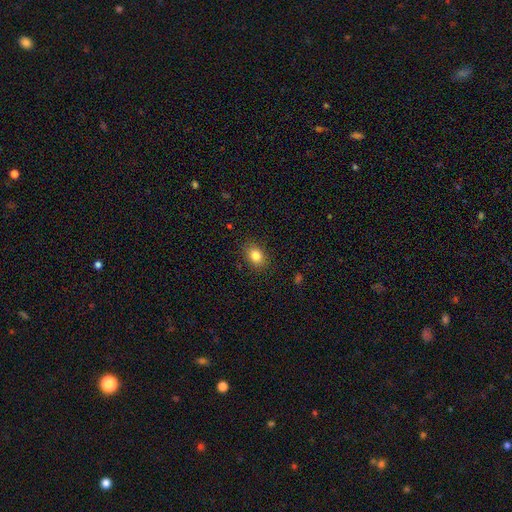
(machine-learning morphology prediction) Smooth or featured? smooth (83%)
How rounded? in between (68%)
Merging? none (87%)